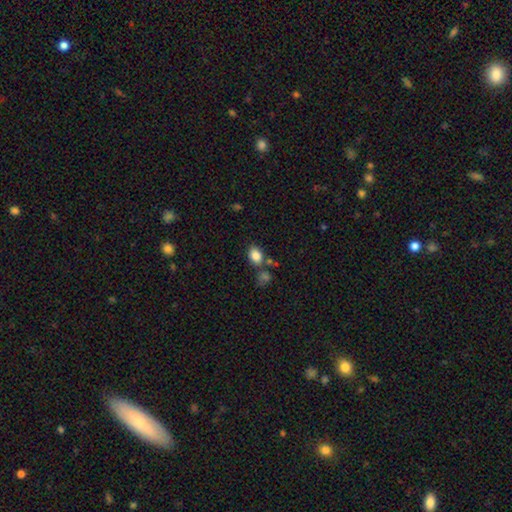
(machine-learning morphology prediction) Smooth or featured? Predicted: smooth (p=0.85). How rounded? Predicted: in between (p=0.72). Merging? Predicted: none (p=0.65).